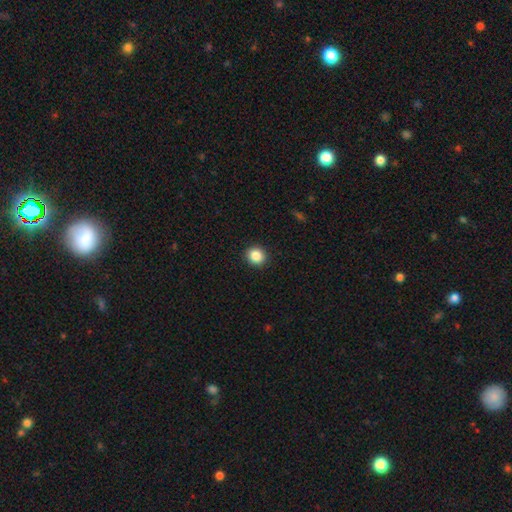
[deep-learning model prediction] A smooth galaxy with no disk features (87%) that is round (87%).

Vote fractions:
- Smooth or featured? smooth: 87% / star or artifact: 10% / featured or disk: 4%
- How rounded? round: 87% / in between: 12% / cigar-shaped: 1%
- Merging? none: 92% / minor disturbance: 5% / major disturbance: 2% / merger: 1%